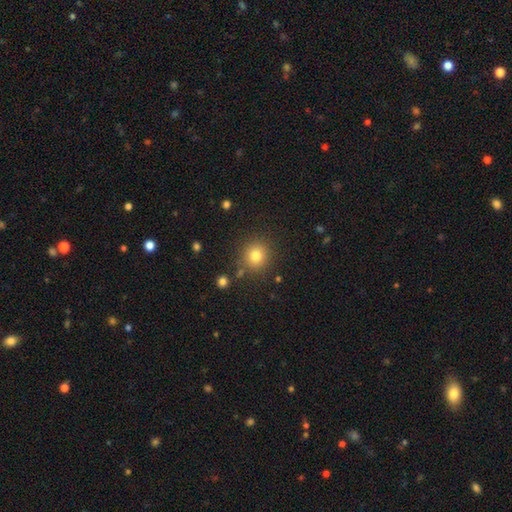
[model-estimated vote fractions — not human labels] Smooth or featured? Predicted: smooth (p=0.80). How rounded? Predicted: round (p=0.90). Merging? Predicted: none (p=0.86).